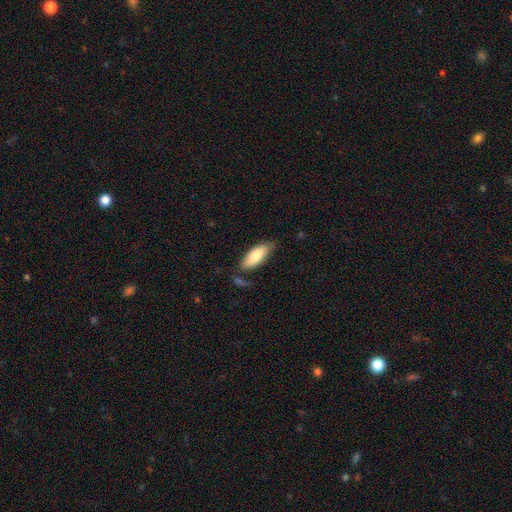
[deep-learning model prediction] Smooth or featured?
  - smooth: 77% *
  - featured or disk: 17%
  - star or artifact: 6%
How rounded?
  - in between: 81% *
  - cigar-shaped: 18%
  - round: 2%
Merging?
  - none: 70% *
  - minor disturbance: 21%
  - merger: 5%
  - major disturbance: 5%